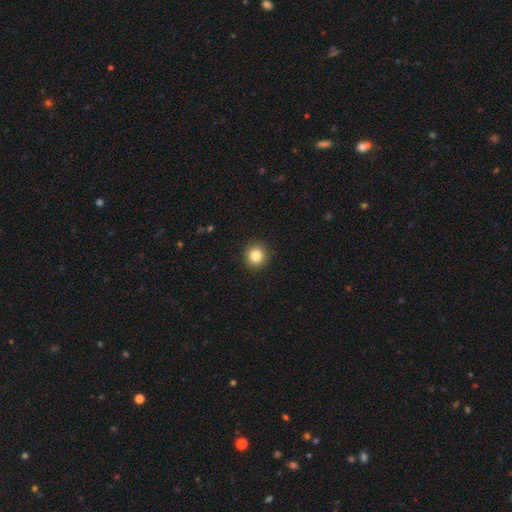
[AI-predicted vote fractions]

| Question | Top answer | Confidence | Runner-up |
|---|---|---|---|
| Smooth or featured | smooth | 82% | star or artifact (11%) |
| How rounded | round | 90% | in between (9%) |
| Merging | none | 91% | minor disturbance (6%) |